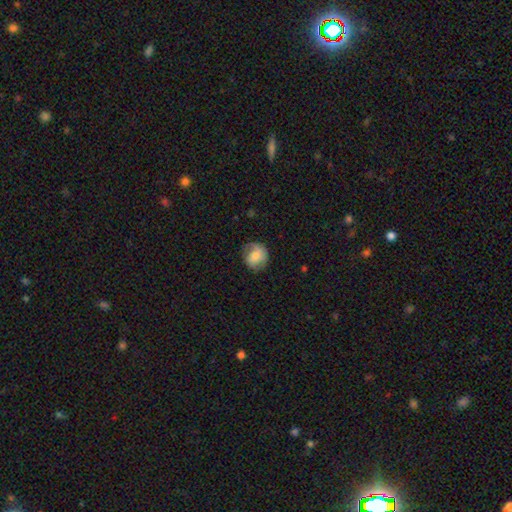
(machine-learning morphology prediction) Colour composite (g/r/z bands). It shows a smooth galaxy with no disk features (64%) that is round (79%). Merging: none (65%).